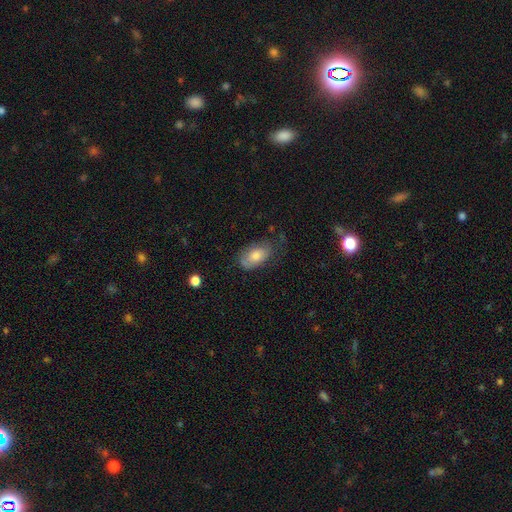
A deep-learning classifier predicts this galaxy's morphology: Smooth or featured? Predicted: smooth (p=0.67). How rounded? Predicted: in between (p=0.92). Merging? Predicted: none (p=0.56).